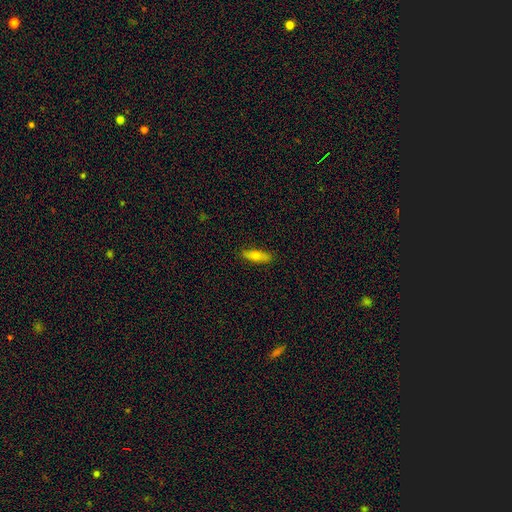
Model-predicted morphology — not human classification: Smooth or featured?
  - smooth: 68% *
  - featured or disk: 26%
  - star or artifact: 7%
How rounded?
  - in between: 53% *
  - cigar-shaped: 45%
  - round: 3%
Merging?
  - none: 86% *
  - minor disturbance: 11%
  - major disturbance: 2%
  - merger: 1%